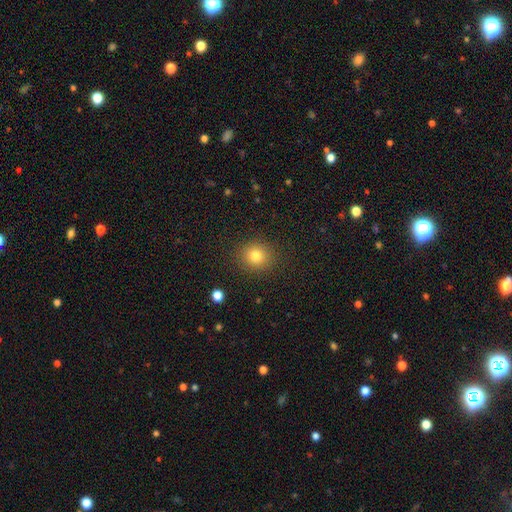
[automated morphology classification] smooth_or_featured: smooth (p=0.80) [alt: star or artifact p=0.13]
how_rounded: round (p=0.81) [alt: in between p=0.18]
merging: none (p=0.89) [alt: minor disturbance p=0.07]